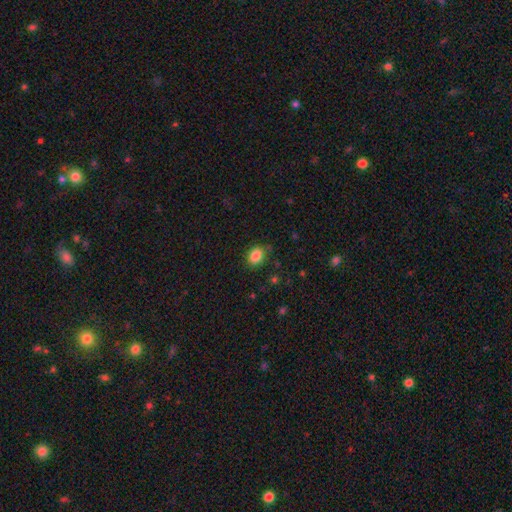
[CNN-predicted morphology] Smooth or featured: smooth — 86% (star or artifact — 9%)
How rounded: in between — 68% (round — 31%)
Merging: none — 79% (minor disturbance — 15%)